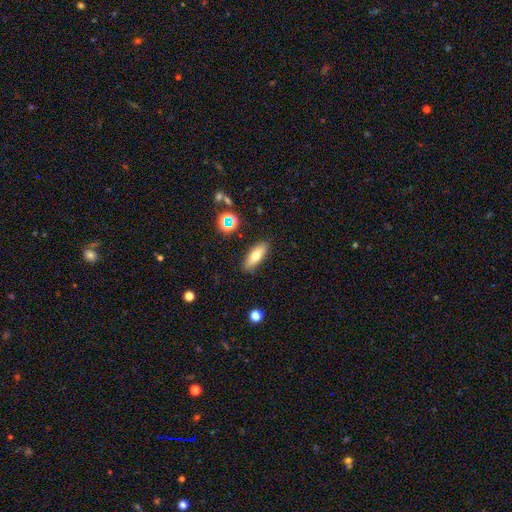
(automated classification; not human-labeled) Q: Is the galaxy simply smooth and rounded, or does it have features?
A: smooth — 70%.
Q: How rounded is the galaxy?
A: in between — 63%.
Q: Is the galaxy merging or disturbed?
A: none — 86%.